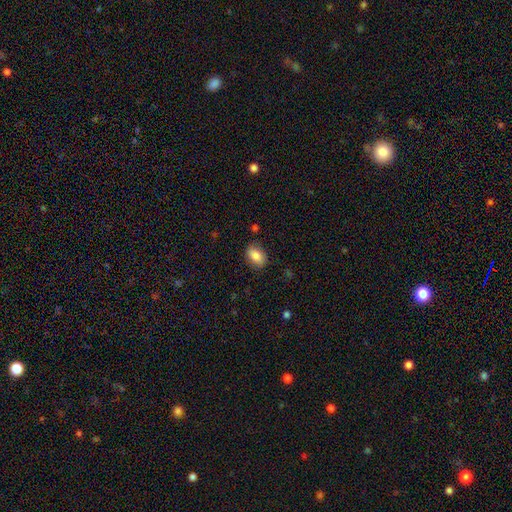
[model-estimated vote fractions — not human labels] Smooth or featured? smooth (85%)
How rounded? in between (84%)
Merging? none (83%)